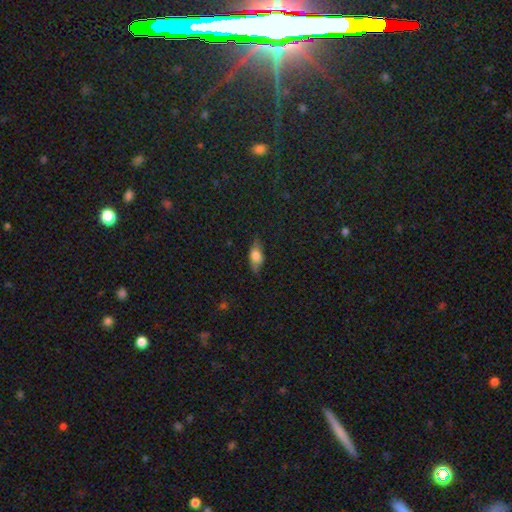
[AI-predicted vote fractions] smooth-or-featured: smooth: 69% | featured or disk: 23% | star or artifact: 8%
  how-rounded: in between: 79% | cigar-shaped: 16% | round: 5%
  merging: none: 78% | minor disturbance: 17% | major disturbance: 4% | merger: 1%